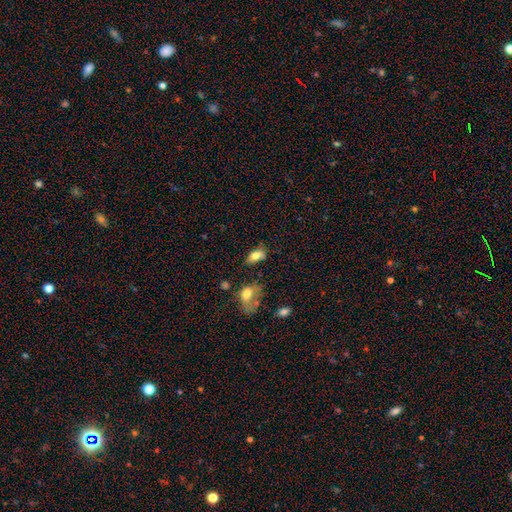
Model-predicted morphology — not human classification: Smooth or featured? smooth (75%)
How rounded? in between (89%)
Merging? none (61%)